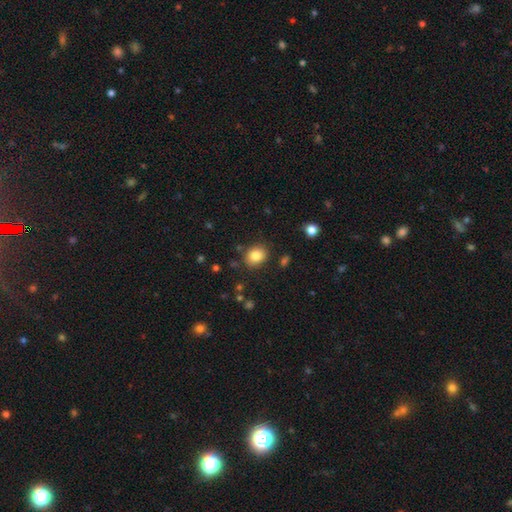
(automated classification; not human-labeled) Smooth or featured? Predicted: smooth (p=0.84). How rounded? Predicted: round (p=0.52). Merging? Predicted: none (p=0.84).